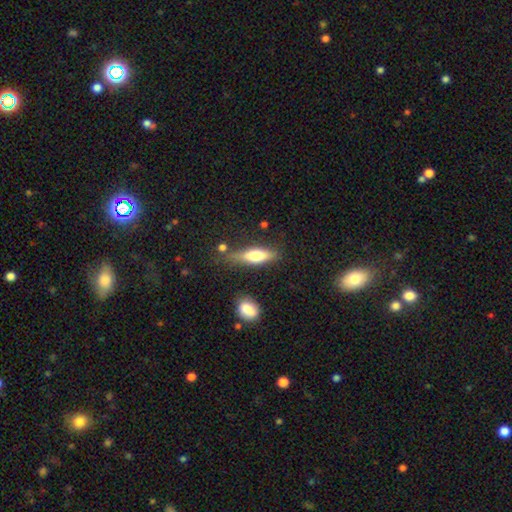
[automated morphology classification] This appears to be a smooth galaxy with no disk features (61%) that is cigar-shaped (54%). Merging: none (68%).